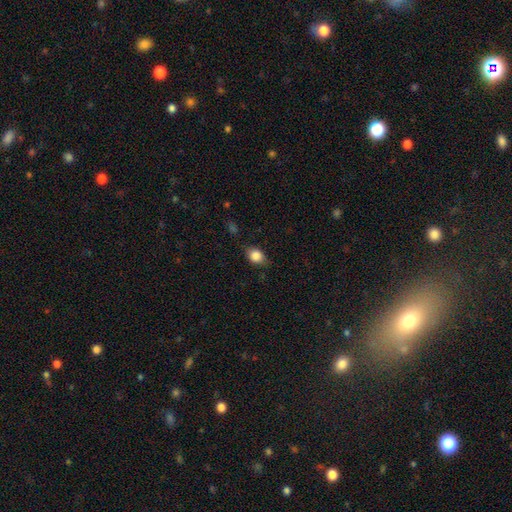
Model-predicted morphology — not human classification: smooth 82%, featured or disk 9%, star or artifact 9%. Down the decision tree: how rounded — in between (60%); merging — none (73%).